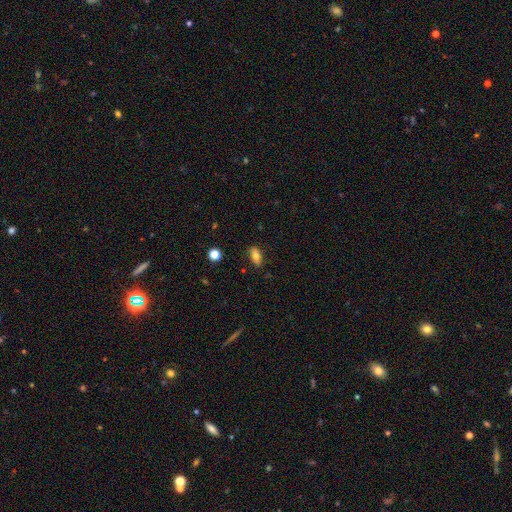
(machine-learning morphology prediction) This appears to be a smooth galaxy with no disk features (75%) that is in between round and cigar-shaped (85%). Merging: none (84%).